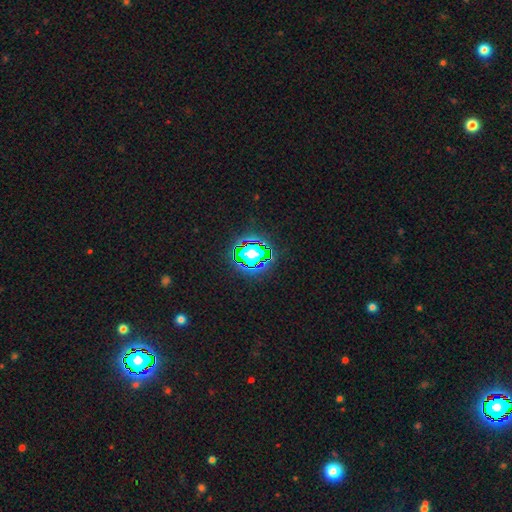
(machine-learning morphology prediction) A star or artifact, not a galaxy (81%).

Vote fractions:
- Smooth or featured? star or artifact: 81% / smooth: 12% / featured or disk: 7%